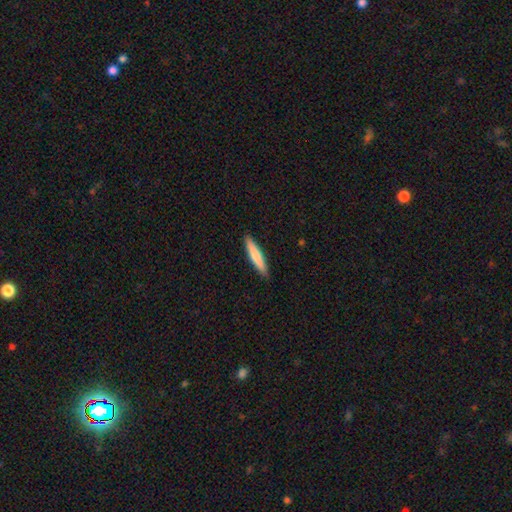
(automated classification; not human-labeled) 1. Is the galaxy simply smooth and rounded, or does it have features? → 74% smooth, 21% featured or disk, 5% star or artifact.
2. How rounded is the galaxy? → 90% cigar-shaped, 9% in between, 1% round.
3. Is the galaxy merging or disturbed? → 90% none, 7% minor disturbance, 1% major disturbance, 1% merger.